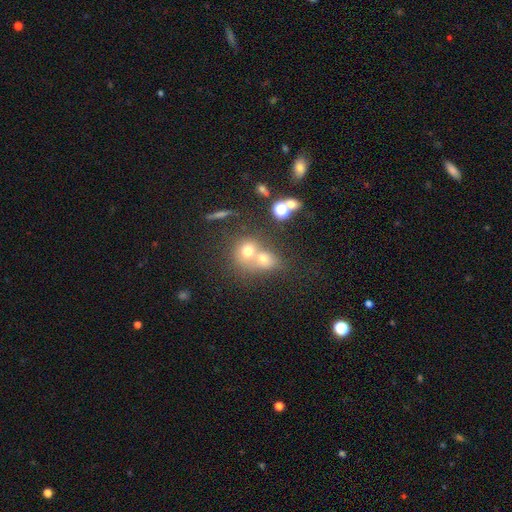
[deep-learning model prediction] Overall: smooth (59%; featured or disk 21%). How rounded: round (69%; in between 30%). Merging: merger (59%; none 29%).